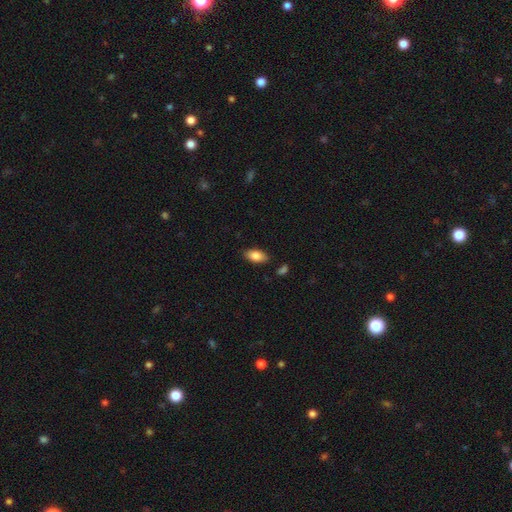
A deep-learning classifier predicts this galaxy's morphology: smooth 84%, featured or disk 9%, star or artifact 7%. Down the decision tree: how rounded — in between (91%); merging — none (84%).